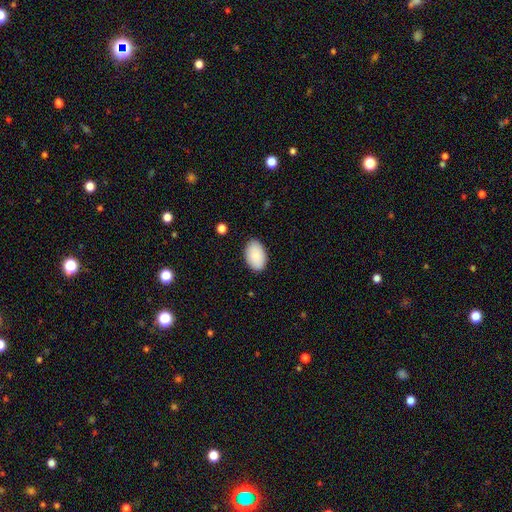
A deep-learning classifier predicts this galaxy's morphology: Overall: smooth (89%). How rounded: in between (92%). Merging: none (86%).